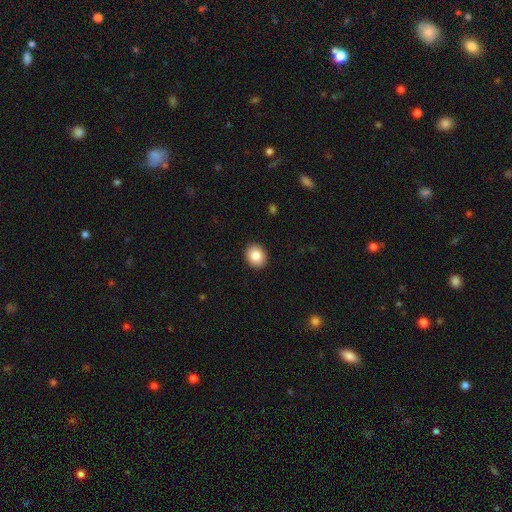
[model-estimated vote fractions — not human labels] The model was most divided on "how rounded": round: 56%, in between: 43%, cigar-shaped: 1%. More confident: merging — none (91%); smooth or featured — smooth (86%).